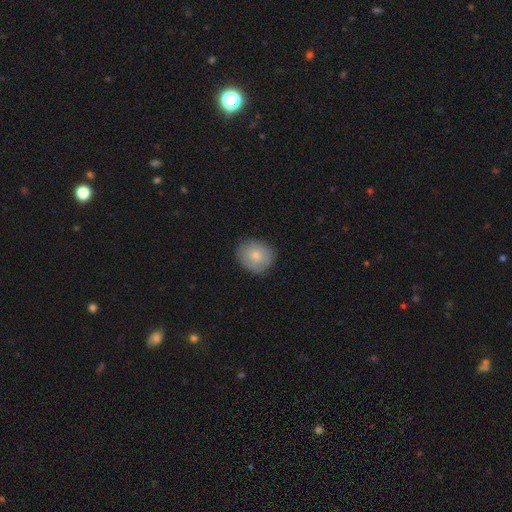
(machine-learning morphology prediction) Smooth or featured: smooth — 79% (featured or disk — 14%)
How rounded: round — 71% (in between — 28%)
Merging: none — 84% (minor disturbance — 13%)